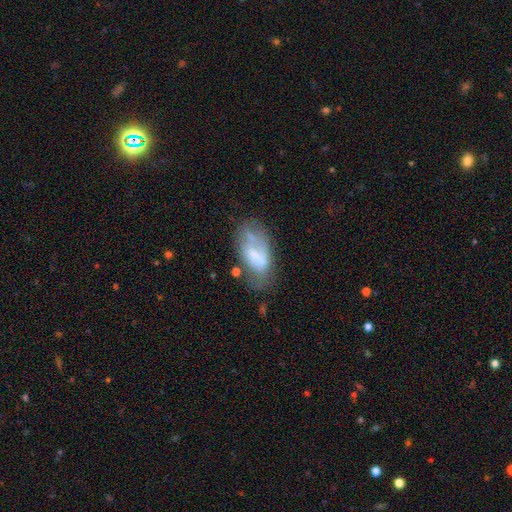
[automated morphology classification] A smooth galaxy with no disk features (46%).

Vote fractions:
- Smooth or featured? smooth: 46% / featured or disk: 44% / star or artifact: 9%
- Merging? none: 40% / minor disturbance: 28% / major disturbance: 22% / merger: 11%